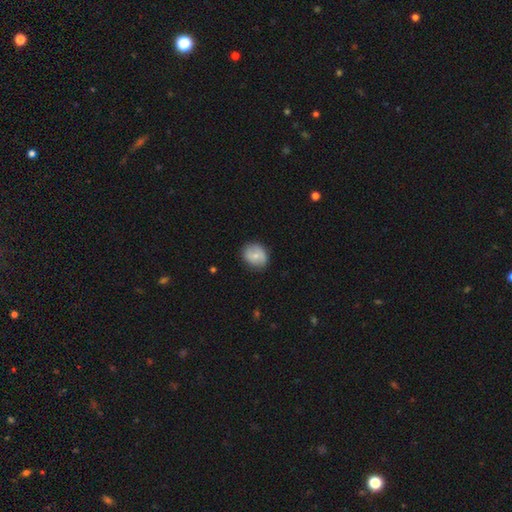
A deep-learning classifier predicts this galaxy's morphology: type=smooth (64%); roundness=round (68%); merging=none (81%).